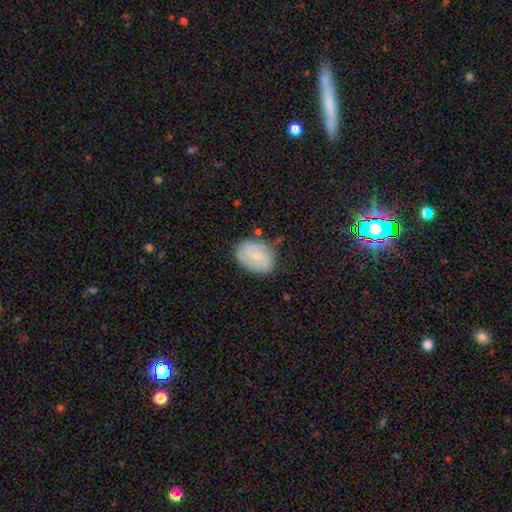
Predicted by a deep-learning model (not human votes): This is likely a featured or disk galaxy (60%). It is clearly not viewed edge-on (97%). Bar: possibly no (49%). Spiral arm pattern: clearly yes (87%). Spiral arm count: likely 2 (65%). Spiral winding: possibly tight (47%). Central bulge: likely small (68%). Merging: likely none (73%).